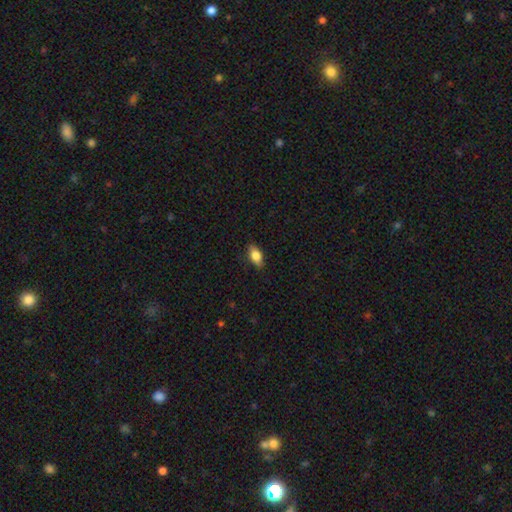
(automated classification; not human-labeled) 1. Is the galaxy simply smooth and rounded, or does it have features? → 78% smooth, 14% featured or disk, 7% star or artifact.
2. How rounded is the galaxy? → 86% in between, 9% cigar-shaped, 5% round.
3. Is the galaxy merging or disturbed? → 85% none, 11% minor disturbance, 2% major disturbance, 1% merger.